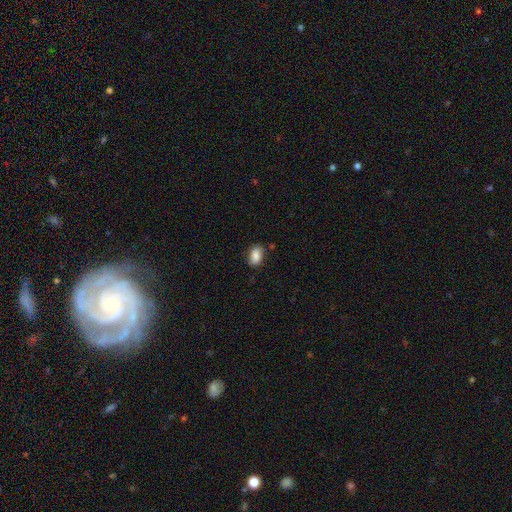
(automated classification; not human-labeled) smooth 87%, star or artifact 8%, featured or disk 6%. Down the decision tree: how rounded — in between (87%); merging — none (81%).